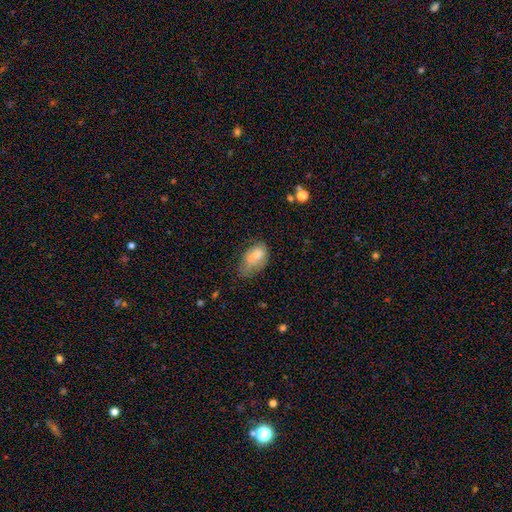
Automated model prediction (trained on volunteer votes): Smooth or featured: smooth — 70% (featured or disk — 21%)
How rounded: in between — 87% (round — 11%)
Merging: minor disturbance — 35% (none — 26%)